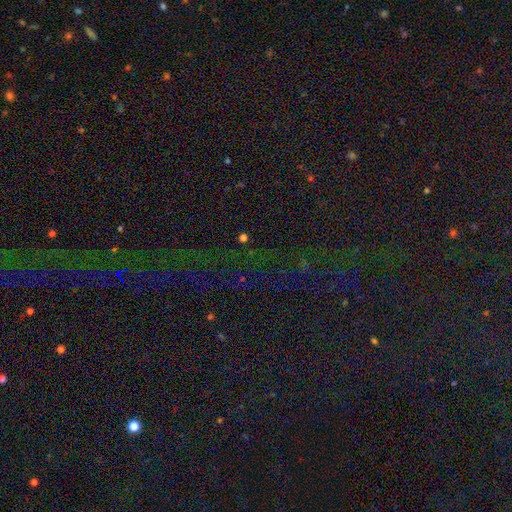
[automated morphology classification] This is clearly a star or artifact rather than a galaxy (82%).